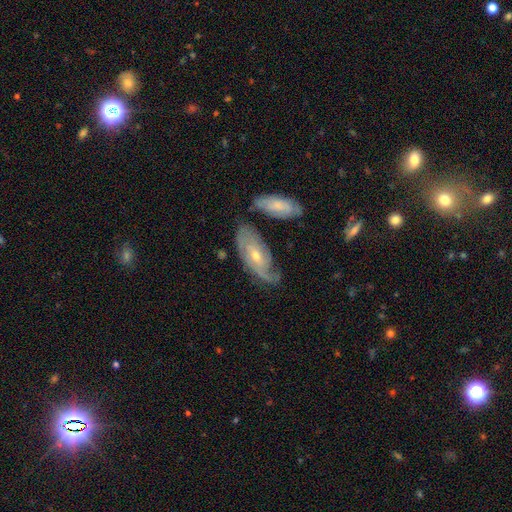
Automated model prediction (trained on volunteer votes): This appears to be a featured or disk galaxy (77%) with no bar (59%), tight (55%) spiral arms (89%) and a small central bulge (52%). Merging: none (56%).